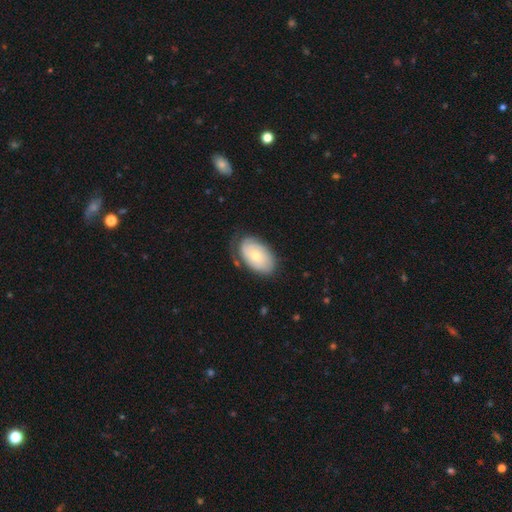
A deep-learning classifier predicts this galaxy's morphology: The model was most divided on "smooth or featured": smooth: 48%, featured or disk: 46%, star or artifact: 6%. More confident: merging — none (64%).